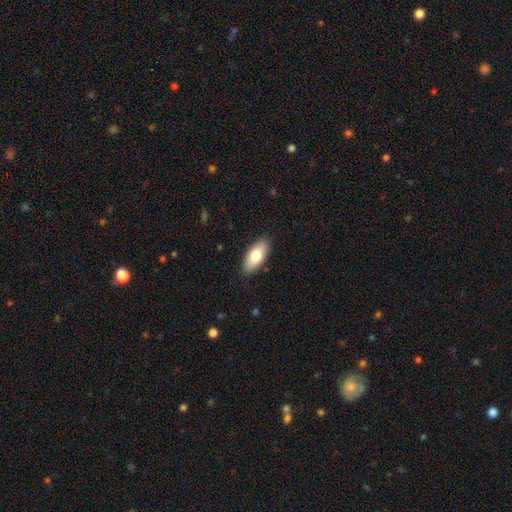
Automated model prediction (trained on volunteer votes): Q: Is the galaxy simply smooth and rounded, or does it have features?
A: smooth — 79%.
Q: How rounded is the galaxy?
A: in between — 88%.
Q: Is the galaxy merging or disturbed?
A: none — 87%.